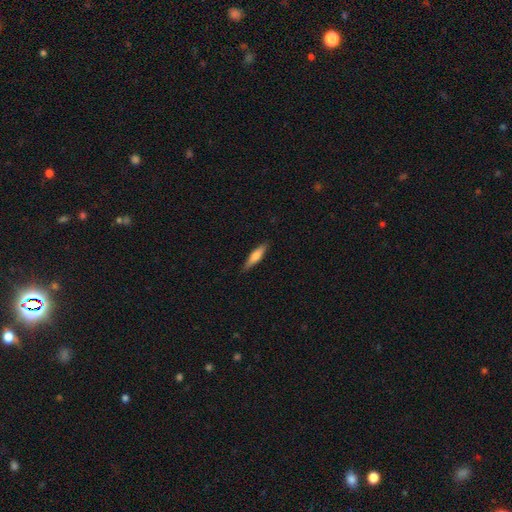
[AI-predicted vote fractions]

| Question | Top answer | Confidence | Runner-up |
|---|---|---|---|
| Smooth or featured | smooth | 66% | featured or disk (28%) |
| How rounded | cigar-shaped | 73% | in between (25%) |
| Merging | none | 86% | minor disturbance (11%) |